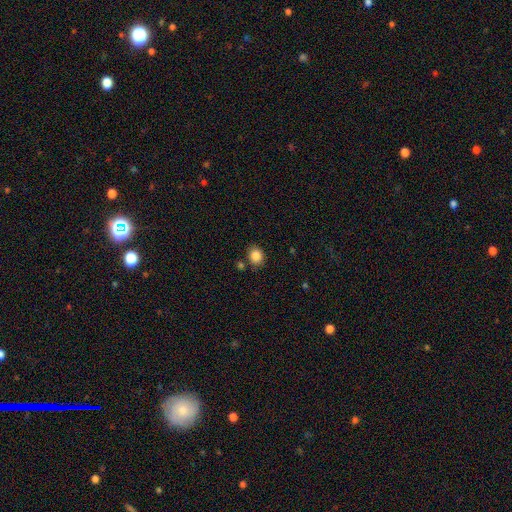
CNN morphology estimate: smooth-or-featured: smooth: 86% | star or artifact: 9% | featured or disk: 5%
  how-rounded: round: 61% | in between: 38% | cigar-shaped: 1%
  merging: none: 78% | minor disturbance: 12% | merger: 6% | major disturbance: 3%